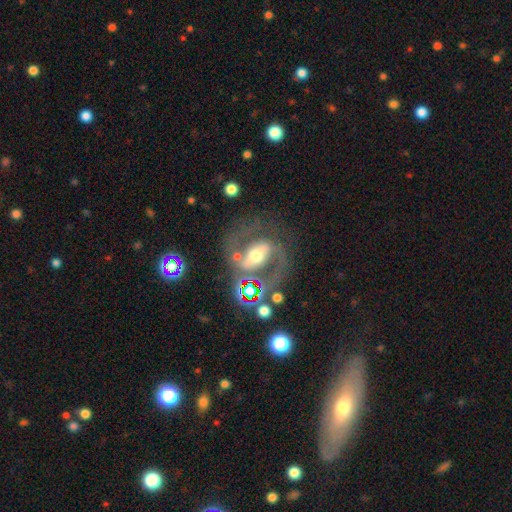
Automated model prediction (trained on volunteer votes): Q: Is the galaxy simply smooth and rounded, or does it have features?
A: featured or disk — 78%.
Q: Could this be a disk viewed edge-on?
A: no — 95%.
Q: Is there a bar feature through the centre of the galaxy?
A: strong — 55%.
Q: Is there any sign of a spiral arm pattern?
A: yes — 81%.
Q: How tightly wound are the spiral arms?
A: medium — 54%.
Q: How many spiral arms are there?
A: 2 — 86%.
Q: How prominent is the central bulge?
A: moderate — 67%.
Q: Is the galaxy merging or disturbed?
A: none — 60%.